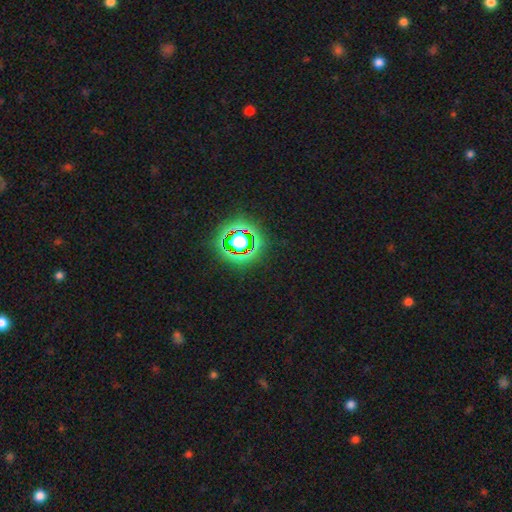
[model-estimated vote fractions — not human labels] A star or artifact, not a galaxy (81%).

Vote fractions:
- Smooth or featured? star or artifact: 81% / smooth: 13% / featured or disk: 6%